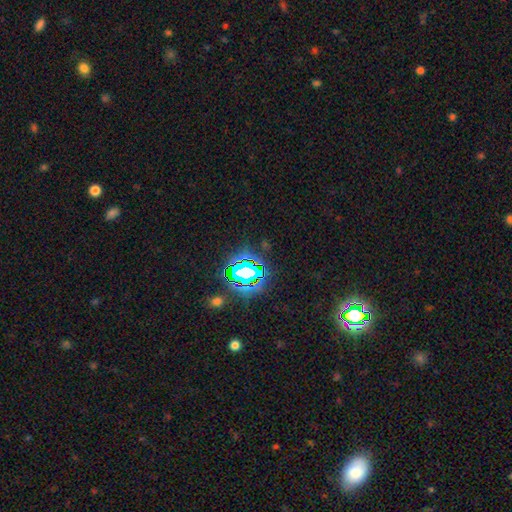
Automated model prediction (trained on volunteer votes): Morphology: type=star or artifact (80%).